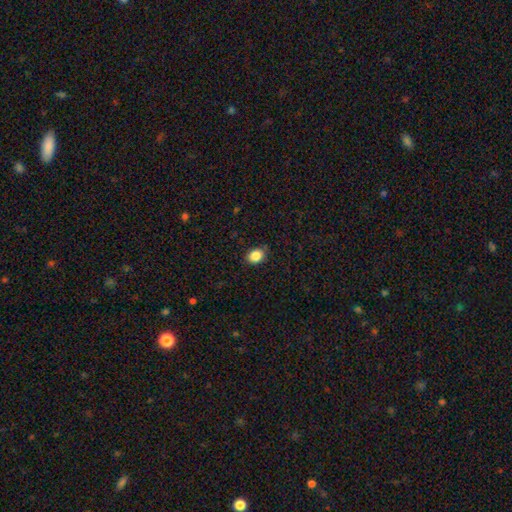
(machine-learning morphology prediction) Smooth or featured: smooth — 86% (star or artifact — 9%)
How rounded: in between — 51% (round — 48%)
Merging: none — 86% (minor disturbance — 11%)